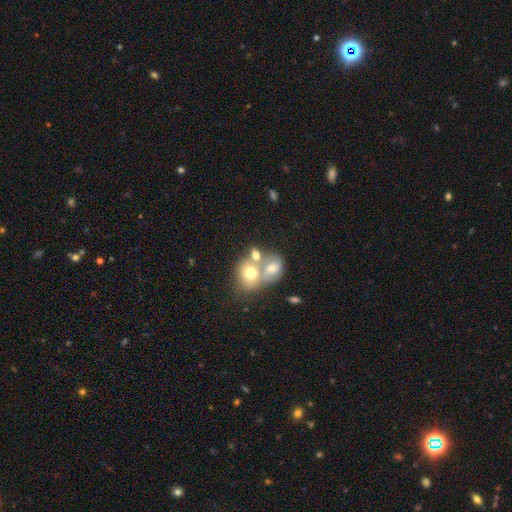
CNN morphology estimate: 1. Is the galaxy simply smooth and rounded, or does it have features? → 64% smooth, 25% featured or disk, 11% star or artifact.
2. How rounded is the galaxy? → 55% round, 44% in between, 1% cigar-shaped.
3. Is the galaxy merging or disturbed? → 59% merger, 27% none, 9% minor disturbance, 5% major disturbance.